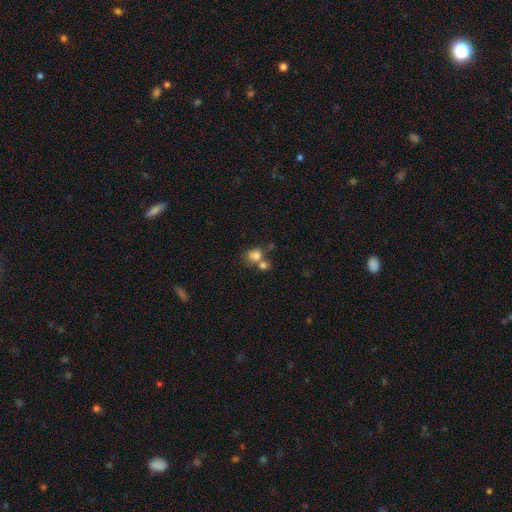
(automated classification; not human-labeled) smooth 79%, star or artifact 11%, featured or disk 10%. Down the decision tree: how rounded — round (55%); merging — merger (44%).